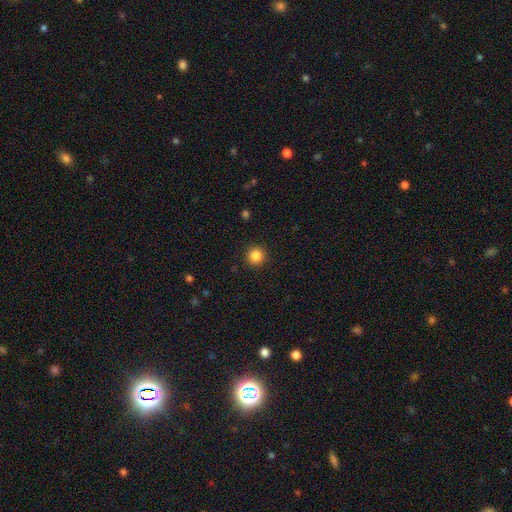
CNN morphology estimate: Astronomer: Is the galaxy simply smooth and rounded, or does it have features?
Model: smooth — 86%.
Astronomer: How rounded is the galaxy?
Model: round — 94%.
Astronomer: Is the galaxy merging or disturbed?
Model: none — 92%.